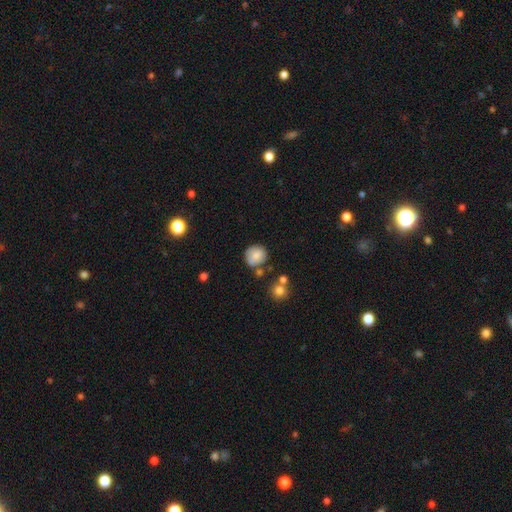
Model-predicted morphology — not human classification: Smooth or featured: smooth — 75% (featured or disk — 16%)
How rounded: round — 88% (in between — 11%)
Merging: none — 67% (minor disturbance — 19%)